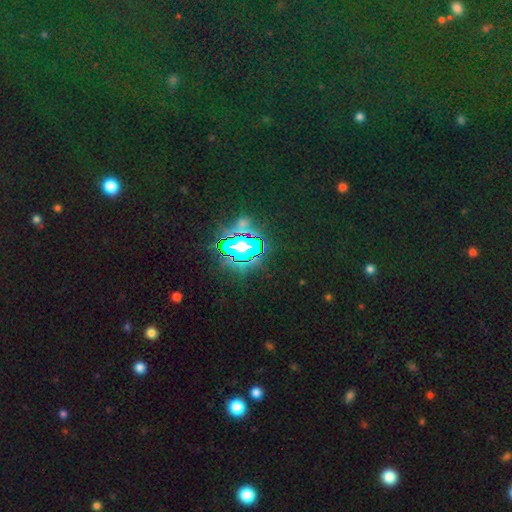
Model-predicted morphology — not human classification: The model was most divided on "smooth or featured": star or artifact: 83%, smooth: 10%, featured or disk: 7%.